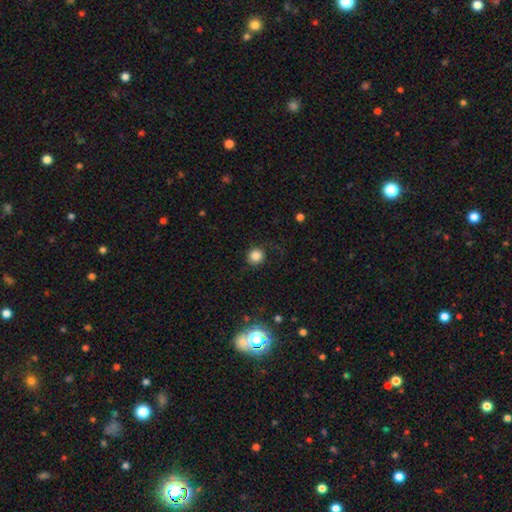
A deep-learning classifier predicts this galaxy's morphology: This is clearly a smooth galaxy (84%). How rounded: clearly round (91%). Merging: clearly none (82%).